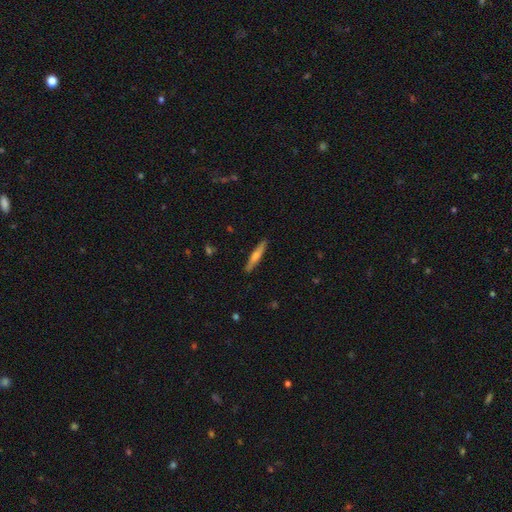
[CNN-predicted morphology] Smooth or featured?
  - featured or disk: 49% *
  - smooth: 45%
  - star or artifact: 6%
Merging?
  - none: 90% *
  - minor disturbance: 7%
  - major disturbance: 1%
  - merger: 1%